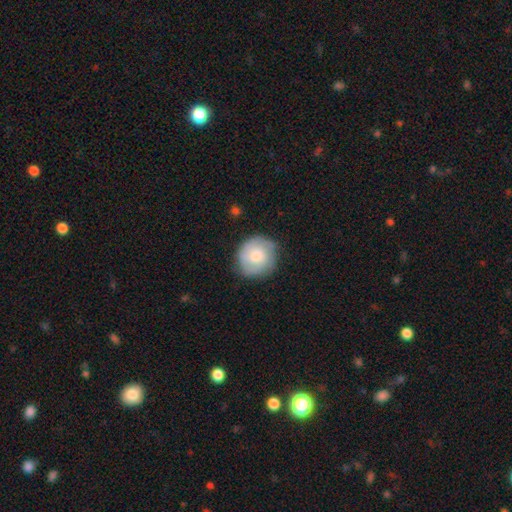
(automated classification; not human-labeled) smooth 56%, featured or disk 38%, star or artifact 6%. Down the decision tree: how rounded — round (90%); merging — none (75%).